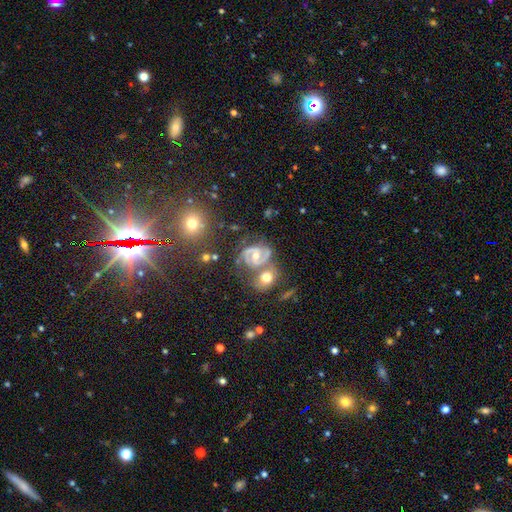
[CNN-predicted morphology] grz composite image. It shows a featured or disk galaxy (81%) with no bar (44%), 2 (86%) medium (54%) spiral arms (95%) and a moderate central bulge (64%). Merging: none (53%).